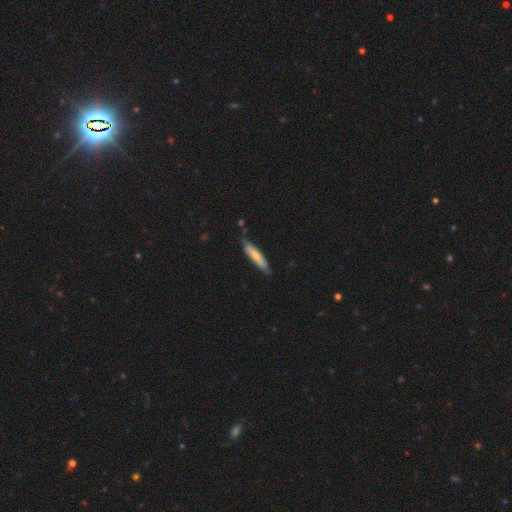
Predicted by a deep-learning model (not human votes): Morphology: type=smooth (65%); roundness=cigar-shaped (83%); merging=none (68%).